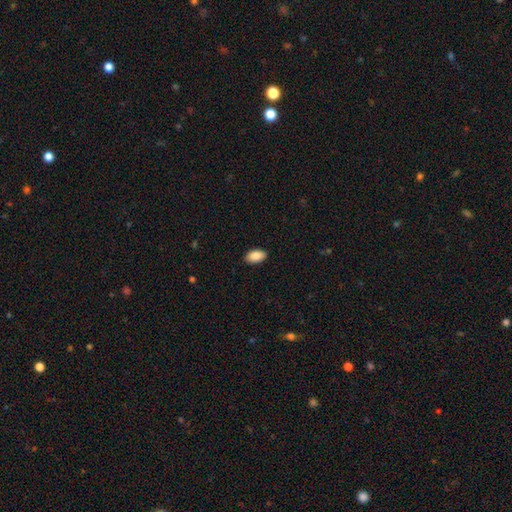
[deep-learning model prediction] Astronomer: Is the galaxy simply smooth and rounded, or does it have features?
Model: smooth — 88%.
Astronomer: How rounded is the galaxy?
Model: in between — 94%.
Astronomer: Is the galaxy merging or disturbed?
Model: none — 89%.